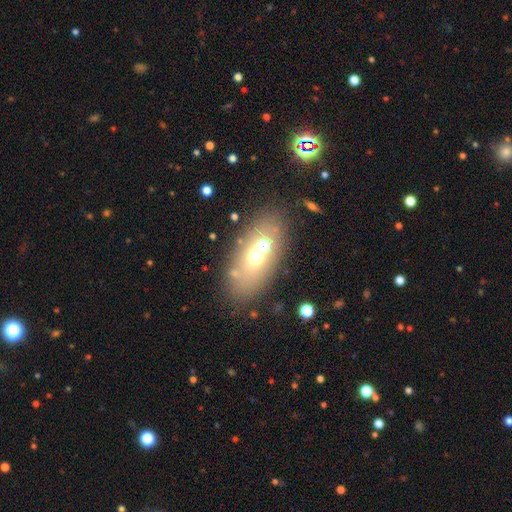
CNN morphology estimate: type=smooth (54%); roundness=in between (75%); merging=none (65%).